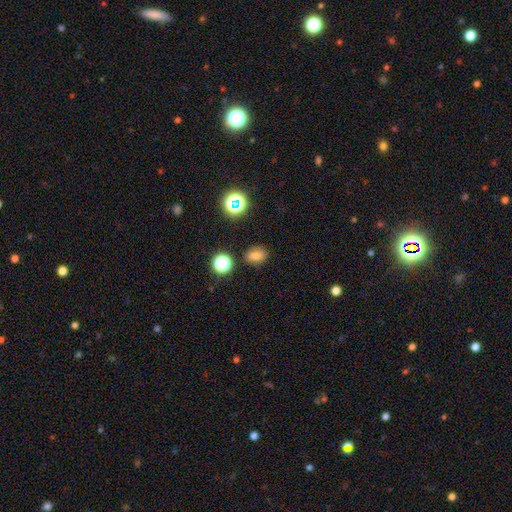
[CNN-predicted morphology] This appears to be a smooth galaxy with no disk features (73%) that is in between round and cigar-shaped (61%). Merging: none (84%).